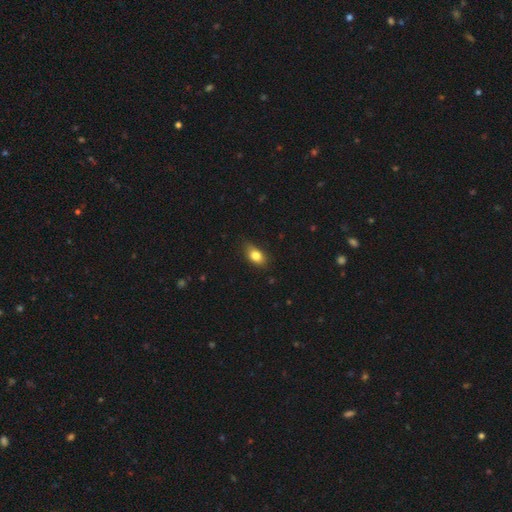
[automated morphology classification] Q: Smooth or featured?
A: smooth (81%); runner-up: featured or disk (10%)
Q: How rounded?
A: in between (84%); runner-up: round (13%)
Q: Merging?
A: none (77%); runner-up: minor disturbance (19%)